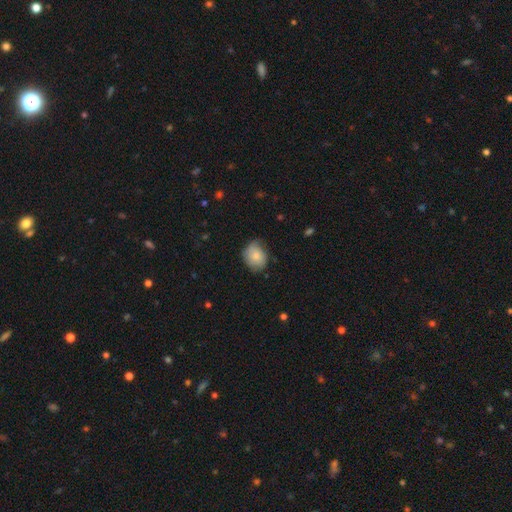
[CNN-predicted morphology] Q: Smooth or featured?
A: smooth (77%); runner-up: featured or disk (15%)
Q: How rounded?
A: round (51%); runner-up: in between (48%)
Q: Merging?
A: none (62%); runner-up: minor disturbance (30%)